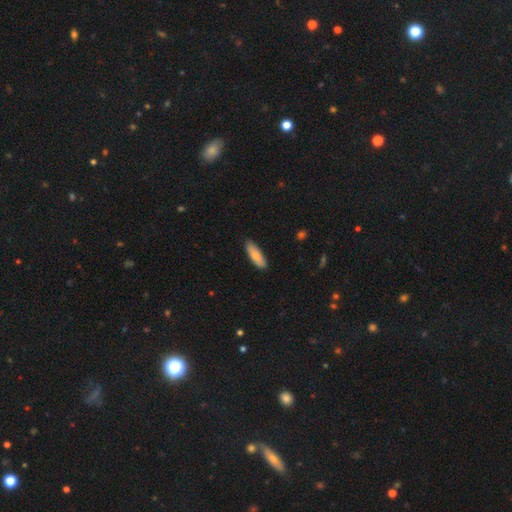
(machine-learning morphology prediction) A smooth galaxy with no disk features (80%) that is in between round and cigar-shaped (51%). Merging: none (88%).